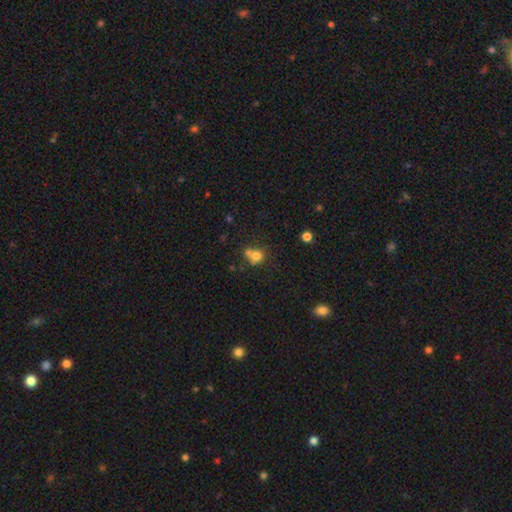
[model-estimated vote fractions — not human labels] Smooth or featured? Predicted: smooth (p=0.74). How rounded? Predicted: round (p=0.77). Merging? Predicted: merger (p=0.43).